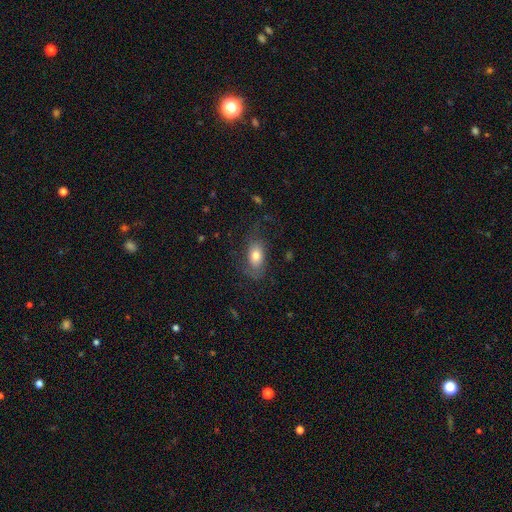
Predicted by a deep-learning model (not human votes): smooth 65%, featured or disk 27%, star or artifact 8%. Down the decision tree: how rounded — in between (87%); merging — none (58%).